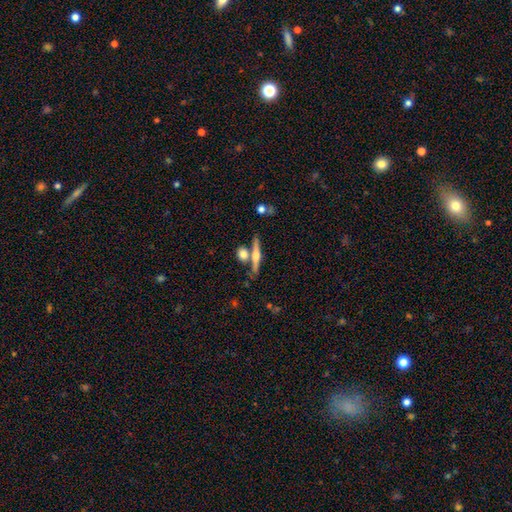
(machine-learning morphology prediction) This appears to be a featured or disk galaxy (59%) viewed edge-on (95%) with a rounded central bulge (85%). Merging: none (69%).